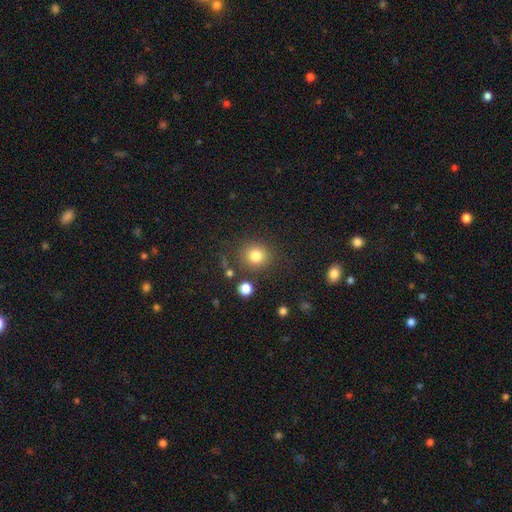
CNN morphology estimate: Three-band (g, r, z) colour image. It shows a smooth galaxy with no disk features (80%) that is round (87%). Merging: none (82%).